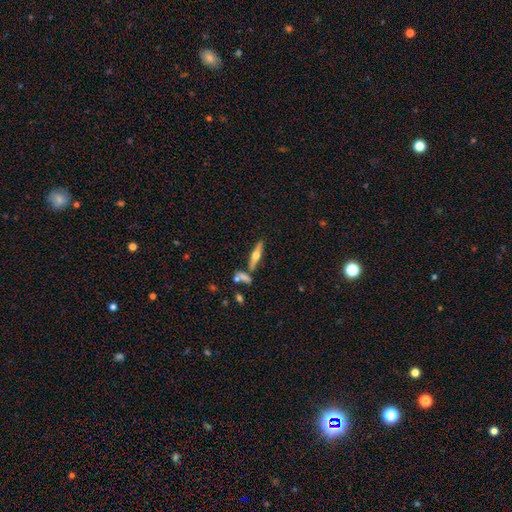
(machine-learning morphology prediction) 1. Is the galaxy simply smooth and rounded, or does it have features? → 60% featured or disk, 33% smooth, 6% star or artifact.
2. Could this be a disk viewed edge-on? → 95% yes, 5% no.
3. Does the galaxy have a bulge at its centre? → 94% rounded, 3% none, 3% boxy.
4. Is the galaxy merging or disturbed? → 75% none, 11% merger, 11% minor disturbance, 3% major disturbance.